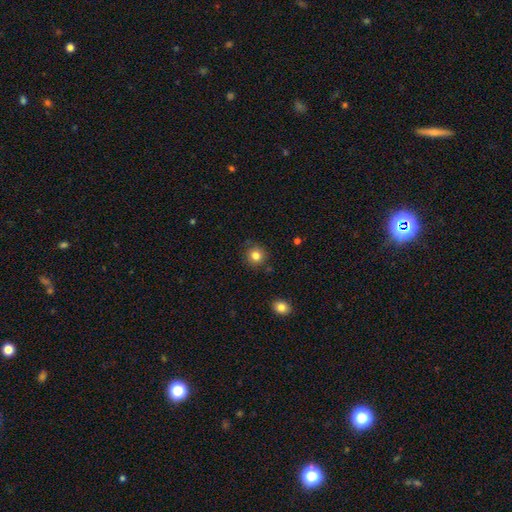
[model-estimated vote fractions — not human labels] smooth-or-featured: smooth: 82% | star or artifact: 12% | featured or disk: 6%
  how-rounded: round: 90% | in between: 9% | cigar-shaped: 1%
  merging: none: 87% | minor disturbance: 9% | merger: 2% | major disturbance: 2%